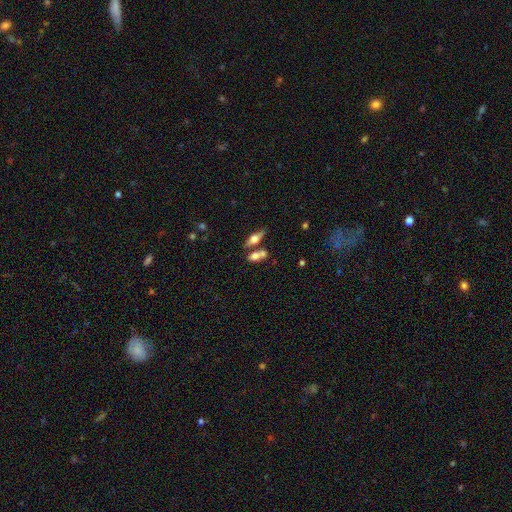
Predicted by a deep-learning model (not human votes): This is possibly a smooth galaxy (54%). How rounded: likely in between (70%). Merging: possibly none (48%).